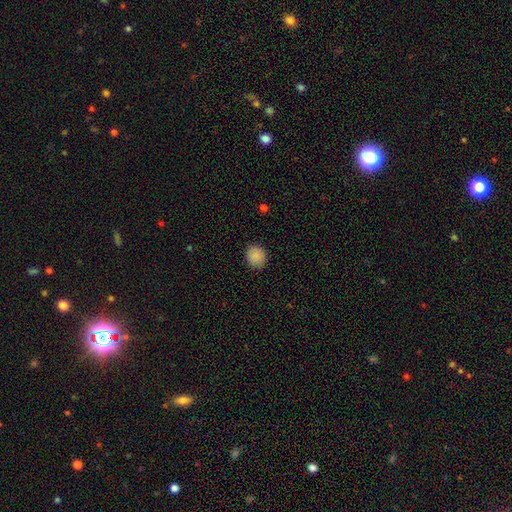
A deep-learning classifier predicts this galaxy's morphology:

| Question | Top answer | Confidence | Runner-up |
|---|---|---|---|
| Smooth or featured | smooth | 89% | star or artifact (8%) |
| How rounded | round | 77% | in between (22%) |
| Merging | none | 90% | minor disturbance (7%) |